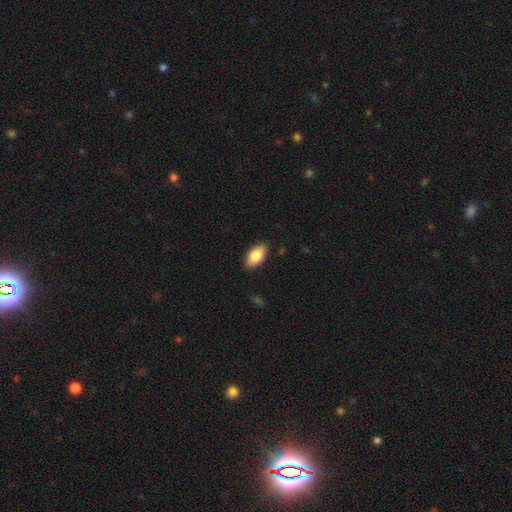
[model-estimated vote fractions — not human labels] Smooth or featured? Predicted: smooth (p=0.83). How rounded? Predicted: in between (p=0.93). Merging? Predicted: none (p=0.86).